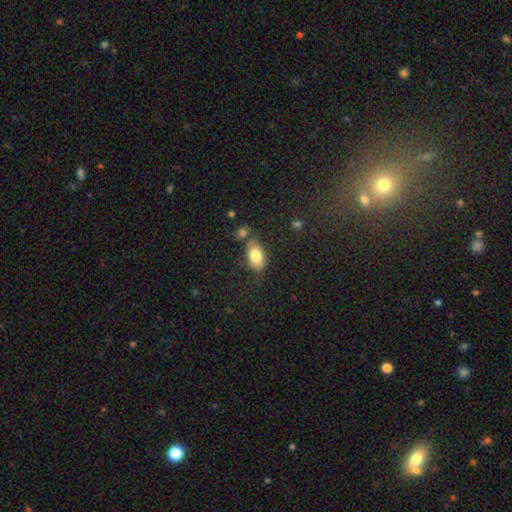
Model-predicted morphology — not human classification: This is clearly a smooth galaxy (80%). How rounded: clearly in between (91%). Merging: likely none (67%).